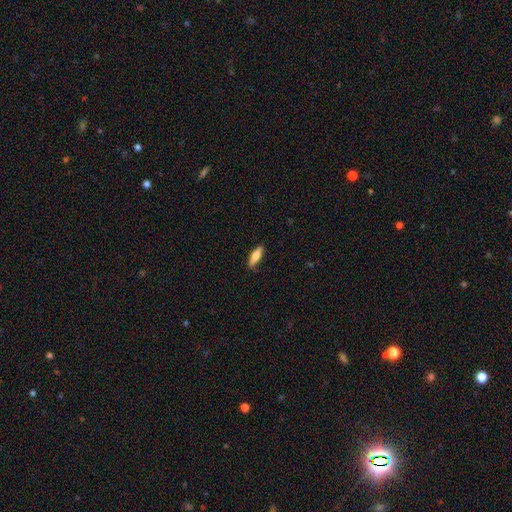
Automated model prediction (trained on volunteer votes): A smooth galaxy with no disk features (62%) that is cigar-shaped (54%).

Vote fractions:
- Smooth or featured? smooth: 62% / featured or disk: 32% / star or artifact: 6%
- How rounded? cigar-shaped: 54% / in between: 44% / round: 2%
- Merging? none: 85% / minor disturbance: 12% / major disturbance: 2% / merger: 1%